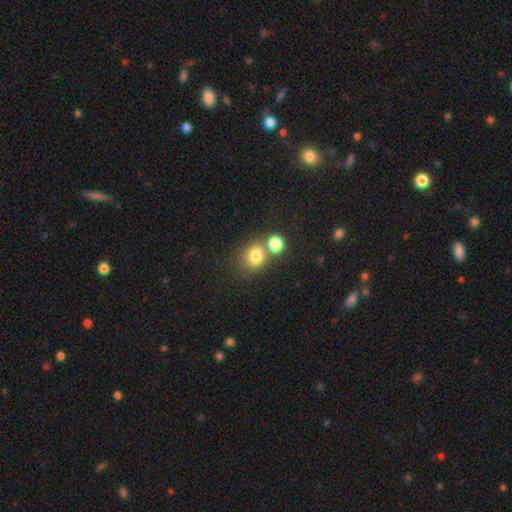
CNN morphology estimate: A smooth galaxy with no disk features (78%) that is round (77%).

Vote fractions:
- Smooth or featured? smooth: 78% / star or artifact: 13% / featured or disk: 9%
- How rounded? round: 77% / in between: 22% / cigar-shaped: 1%
- Merging? none: 49% / merger: 39% / minor disturbance: 9% / major disturbance: 4%